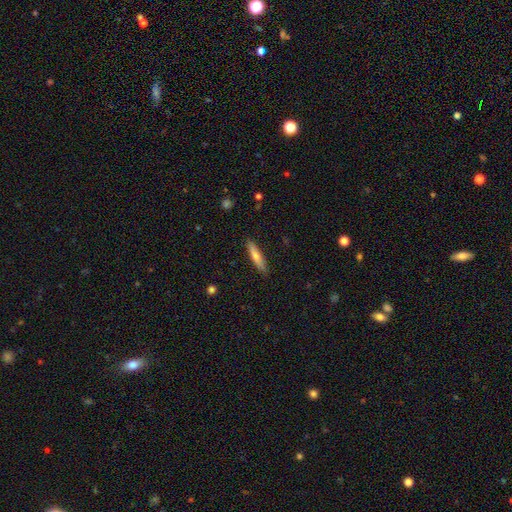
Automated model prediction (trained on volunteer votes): Smooth or featured?
  - smooth: 62% *
  - featured or disk: 32%
  - star or artifact: 6%
How rounded?
  - cigar-shaped: 87% *
  - in between: 11%
  - round: 2%
Merging?
  - none: 90% *
  - minor disturbance: 8%
  - major disturbance: 2%
  - merger: 1%